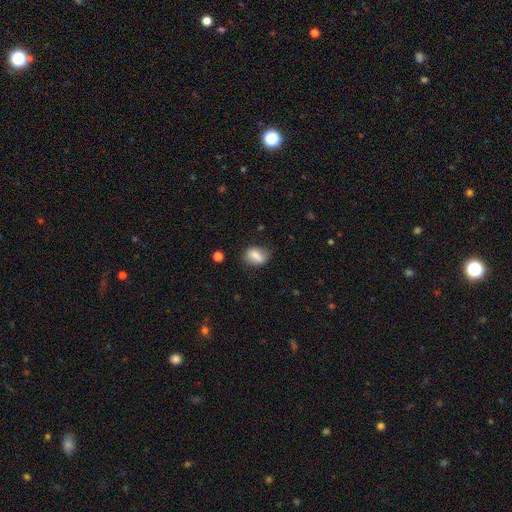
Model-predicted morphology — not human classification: Smooth or featured?
  - smooth: 72% *
  - featured or disk: 20%
  - star or artifact: 8%
How rounded?
  - in between: 73% *
  - round: 22%
  - cigar-shaped: 5%
Merging?
  - none: 69% *
  - minor disturbance: 21%
  - major disturbance: 7%
  - merger: 3%